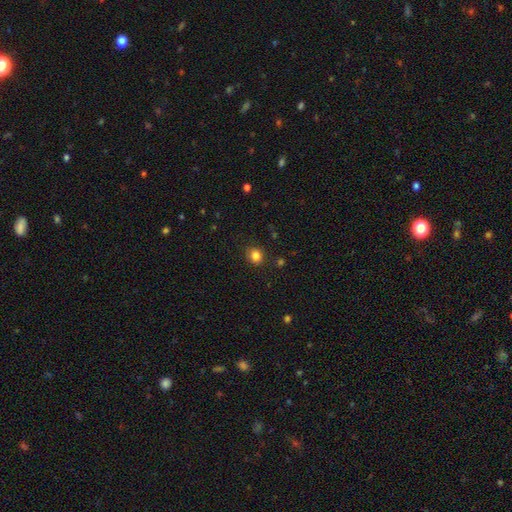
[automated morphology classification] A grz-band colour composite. It shows a smooth galaxy with no disk features (83%) that is round (73%). Merging: none (88%).